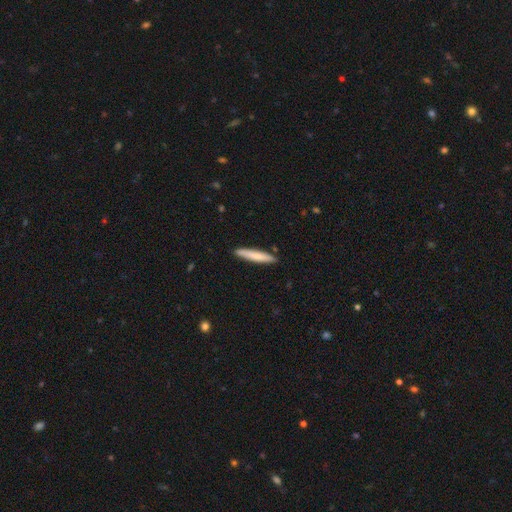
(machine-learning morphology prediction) smooth 76%, featured or disk 19%, star or artifact 5%. Down the decision tree: how rounded — cigar-shaped (93%); merging — none (88%).